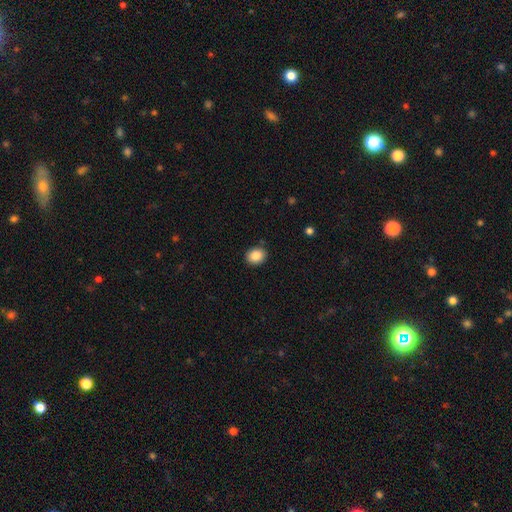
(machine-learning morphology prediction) This appears to be a smooth galaxy with no disk features (87%) that is round (52%). Merging: none (89%).